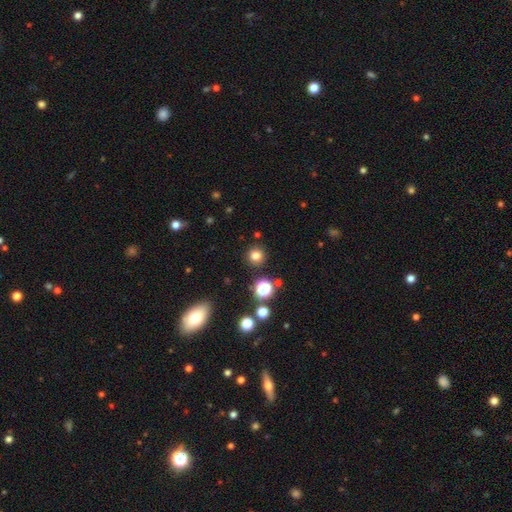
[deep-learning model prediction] Q: Smooth or featured?
A: smooth (79%); runner-up: star or artifact (16%)
Q: How rounded?
A: round (94%); runner-up: in between (5%)
Q: Merging?
A: none (90%); runner-up: minor disturbance (6%)